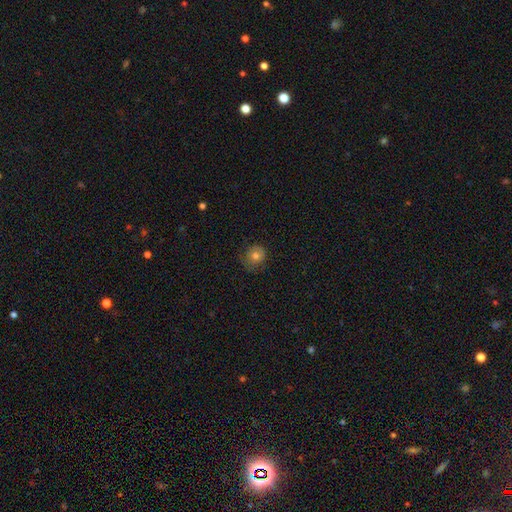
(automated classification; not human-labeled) Smooth or featured?
  - smooth: 73% *
  - featured or disk: 16%
  - star or artifact: 11%
How rounded?
  - round: 83% *
  - in between: 16%
  - cigar-shaped: 1%
Merging?
  - none: 70% *
  - minor disturbance: 22%
  - major disturbance: 8%
  - merger: 1%